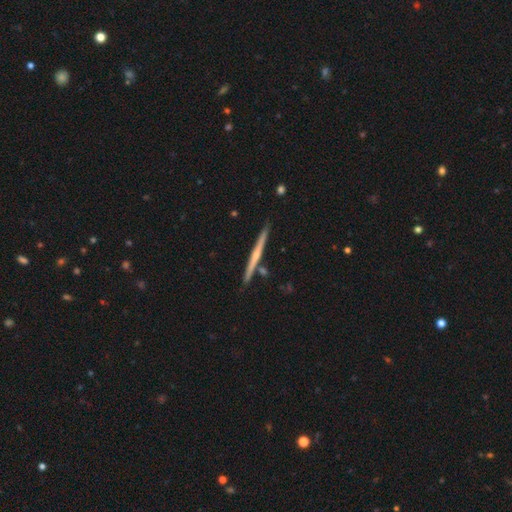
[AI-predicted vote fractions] This appears to be a featured or disk galaxy (67%) viewed edge-on (98%) with a rounded central bulge (49%). Merging: none (87%).